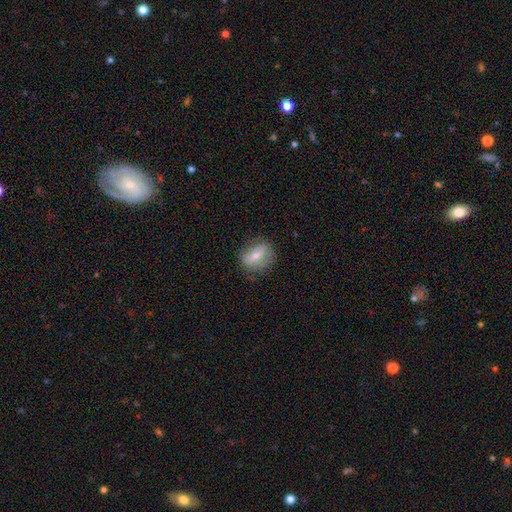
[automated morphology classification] This appears to be a smooth galaxy with no disk features (51%) that is in between round and cigar-shaped (52%). Merging: none (76%).